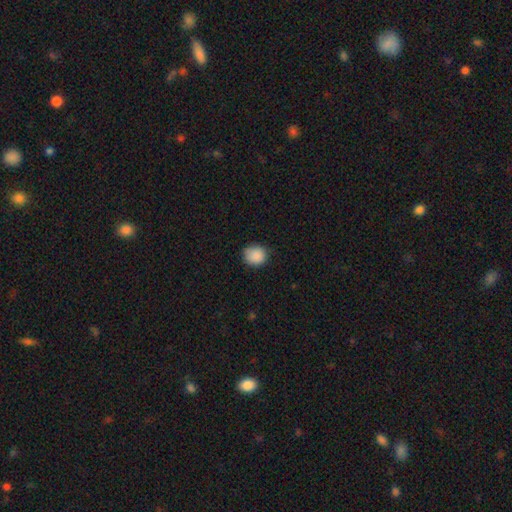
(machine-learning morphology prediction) The model was most divided on "how rounded": round: 78%, in between: 21%, cigar-shaped: 1%. More confident: smooth or featured — smooth (89%); merging — none (79%).